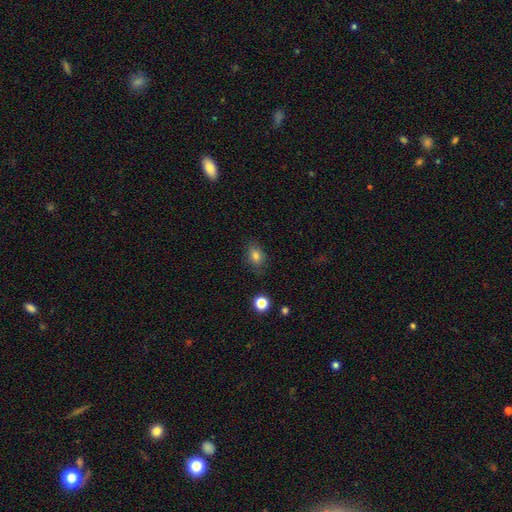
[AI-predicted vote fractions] A smooth galaxy with no disk features (79%) that is in between round and cigar-shaped (69%).

Vote fractions:
- Smooth or featured? smooth: 79% / star or artifact: 12% / featured or disk: 9%
- How rounded? in between: 69% / round: 29% / cigar-shaped: 2%
- Merging? none: 78% / minor disturbance: 16% / major disturbance: 4% / merger: 2%